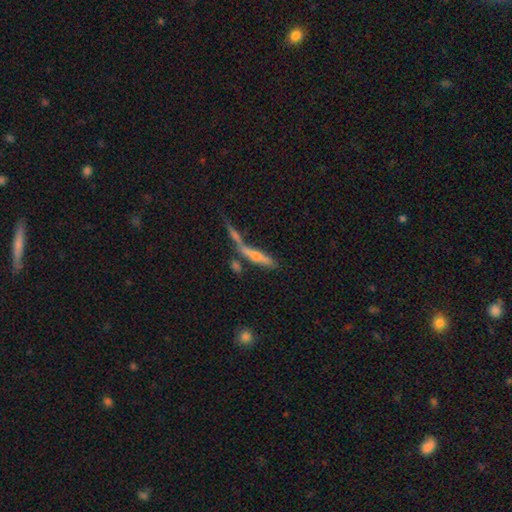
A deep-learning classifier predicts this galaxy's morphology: Overall: featured or disk (47%; smooth 43%). Merging: merger (41%; none 37%).